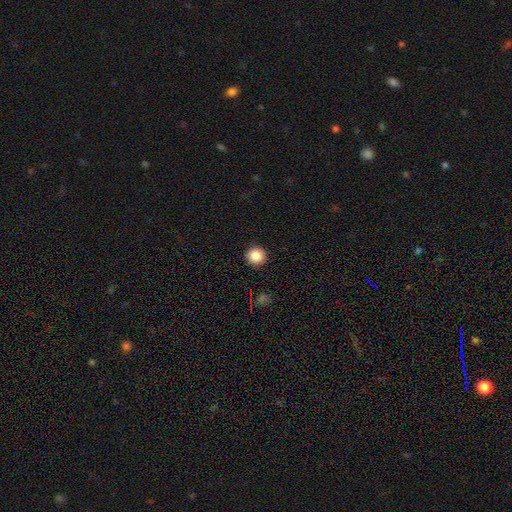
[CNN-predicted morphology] Smooth or featured? smooth (86%)
How rounded? round (92%)
Merging? none (92%)